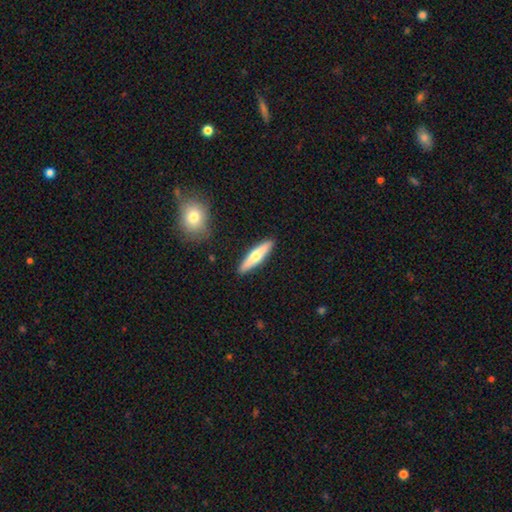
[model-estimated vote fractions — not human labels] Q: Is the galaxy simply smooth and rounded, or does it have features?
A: smooth — 52%.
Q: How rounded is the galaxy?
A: cigar-shaped — 82%.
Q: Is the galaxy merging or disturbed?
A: none — 90%.